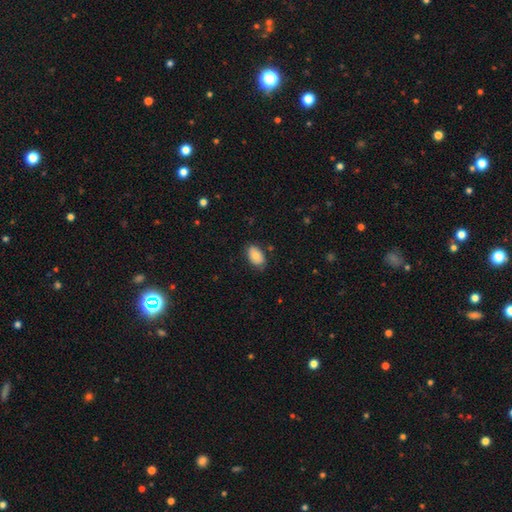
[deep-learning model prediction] The model was most divided on "merging": none: 78%, minor disturbance: 17%, major disturbance: 3%, merger: 1%. More confident: how rounded — in between (92%); smooth or featured — smooth (79%).